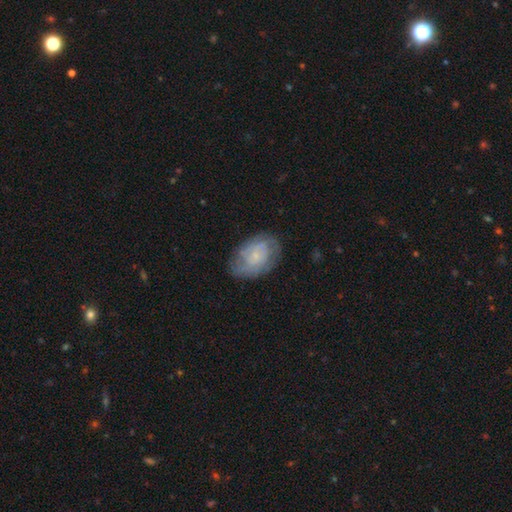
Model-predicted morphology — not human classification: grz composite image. It shows a featured or disk galaxy (55%) with no bar (77%), spiral arms (77%) and a small central bulge (71%). Merging: none (73%).